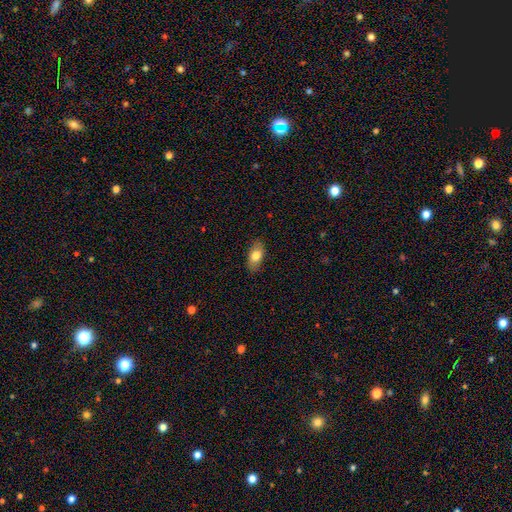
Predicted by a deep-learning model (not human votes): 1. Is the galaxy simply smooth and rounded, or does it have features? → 77% smooth, 16% featured or disk, 7% star or artifact.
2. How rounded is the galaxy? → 89% in between, 7% cigar-shaped, 5% round.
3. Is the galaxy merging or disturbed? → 86% none, 11% minor disturbance, 2% major disturbance, 1% merger.